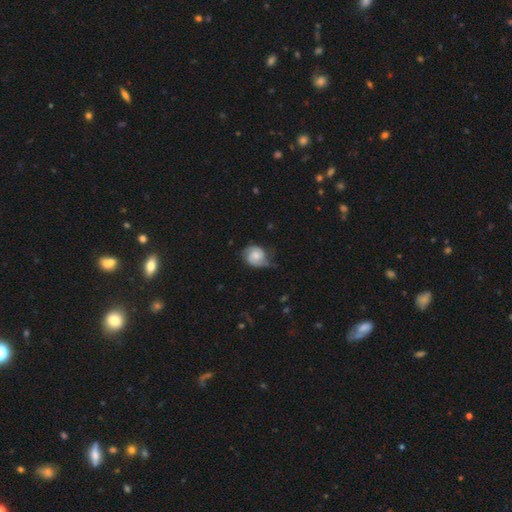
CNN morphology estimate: The model was most divided on "spiral winding": tight: 43%, medium: 41%, loose: 16%. Remaining: edge-on disk — no (98%); spiral arms — yes (94%); spiral arm count — 2 (83%); smooth or featured — featured or disk (66%); bar — no (61%); merging — none (60%); bulge size — moderate (43%).